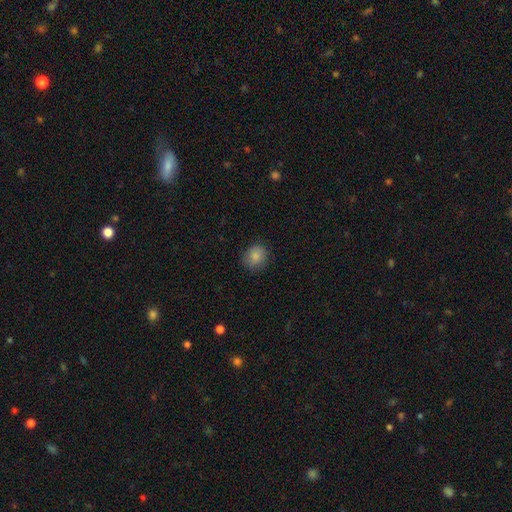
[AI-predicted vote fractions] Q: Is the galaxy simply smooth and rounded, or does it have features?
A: smooth — 86%.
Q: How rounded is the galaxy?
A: round — 71%.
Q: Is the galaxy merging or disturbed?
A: none — 83%.